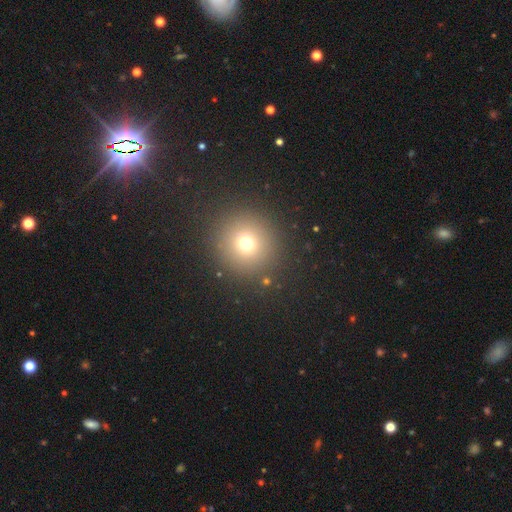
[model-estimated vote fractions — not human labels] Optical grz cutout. It shows a smooth galaxy with no disk features (52%) that is round (94%). Merging: none (91%).